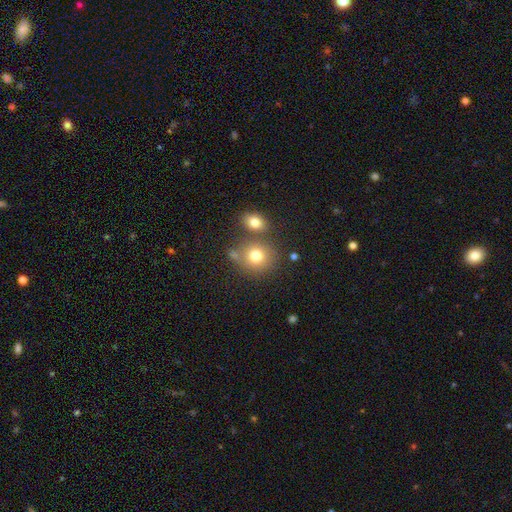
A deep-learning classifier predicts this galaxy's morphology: This is likely a smooth galaxy (77%). How rounded: clearly round (82%). Merging: likely none (62%).